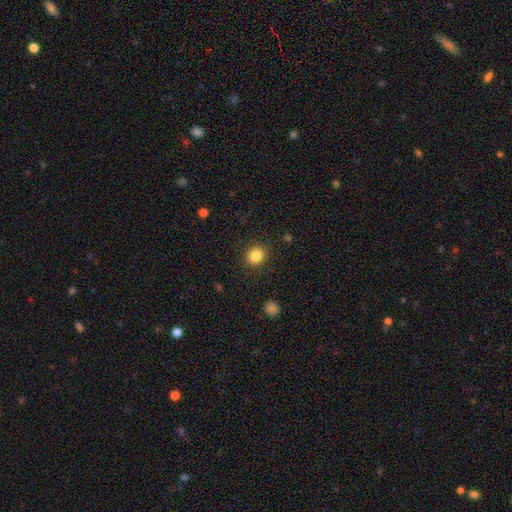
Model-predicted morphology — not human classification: Smooth or featured?
  - smooth: 85% *
  - star or artifact: 10%
  - featured or disk: 5%
How rounded?
  - round: 66% *
  - in between: 33%
  - cigar-shaped: 1%
Merging?
  - none: 88% *
  - minor disturbance: 8%
  - major disturbance: 3%
  - merger: 1%